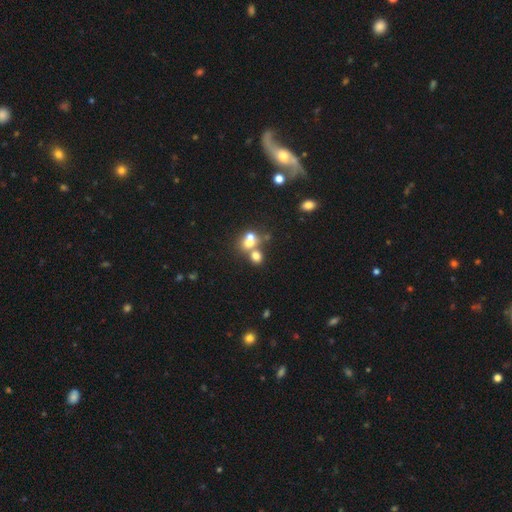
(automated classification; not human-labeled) This appears to be a smooth galaxy with no disk features (65%) that is round (67%). Merging: merger (53%).